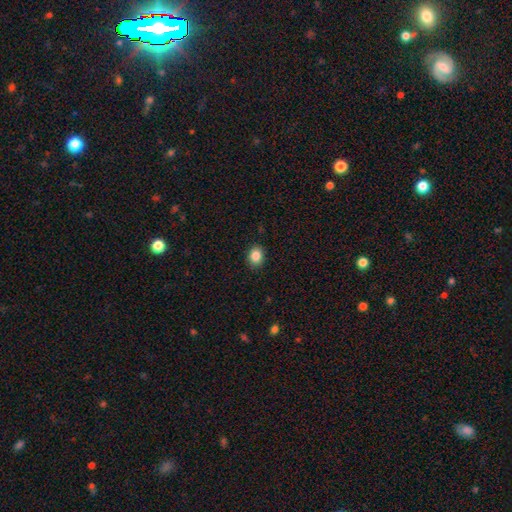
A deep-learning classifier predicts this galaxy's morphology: A smooth galaxy with no disk features (86%) that is round (52%). Merging: none (90%).